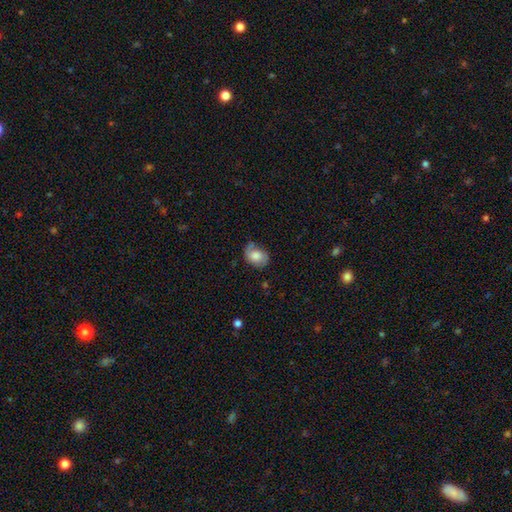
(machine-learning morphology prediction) This appears to be a smooth galaxy with no disk features (59%) that is in between round and cigar-shaped (66%). Merging: none (55%).